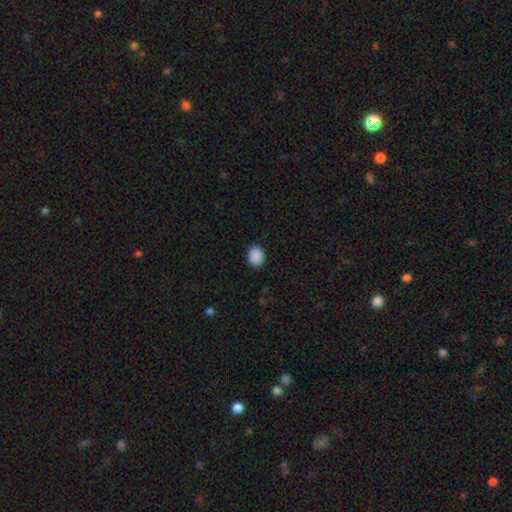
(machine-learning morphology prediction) Smooth or featured? Predicted: smooth (p=0.90). How rounded? Predicted: in between (p=0.52). Merging? Predicted: none (p=0.90).